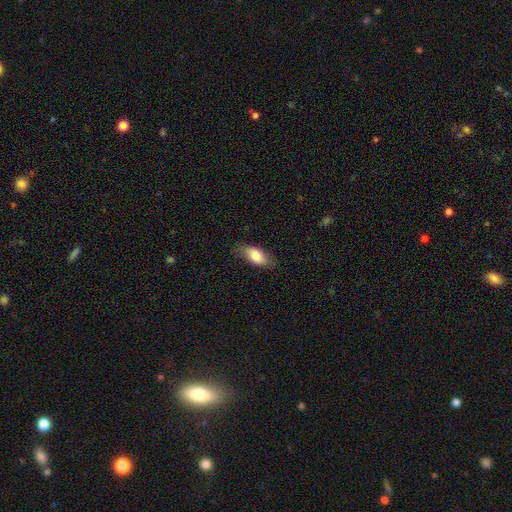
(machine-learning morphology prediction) smooth-or-featured: smooth: 79% | featured or disk: 14% | star or artifact: 6%
  how-rounded: in between: 86% | cigar-shaped: 10% | round: 4%
  merging: none: 78% | minor disturbance: 17% | major disturbance: 4% | merger: 1%